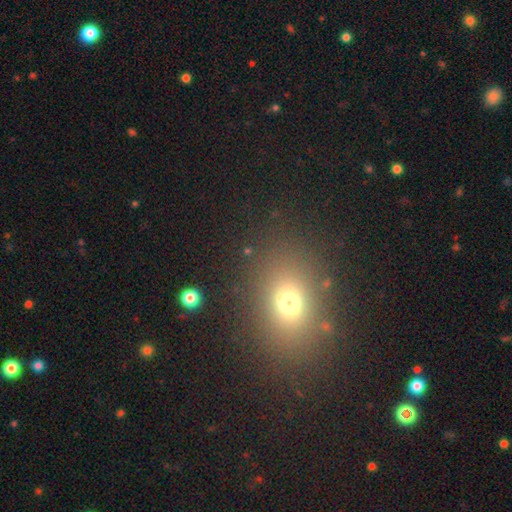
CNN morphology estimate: A smooth galaxy with no disk features (66%) that is in between round and cigar-shaped (57%). Merging: none (85%).